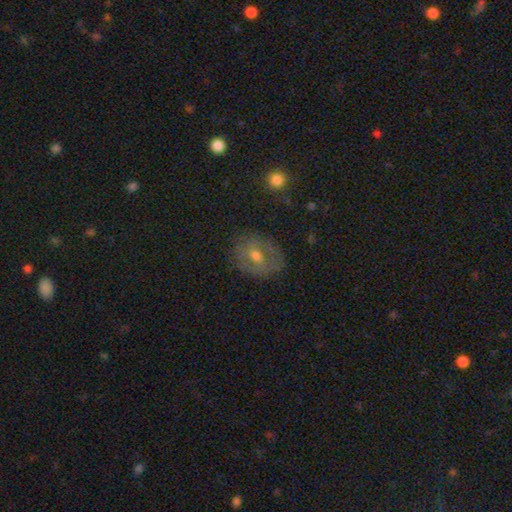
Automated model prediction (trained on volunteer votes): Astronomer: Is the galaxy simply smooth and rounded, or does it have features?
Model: featured or disk — 49% (runner-up: smooth, 37%).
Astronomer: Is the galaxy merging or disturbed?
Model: none — 77%.